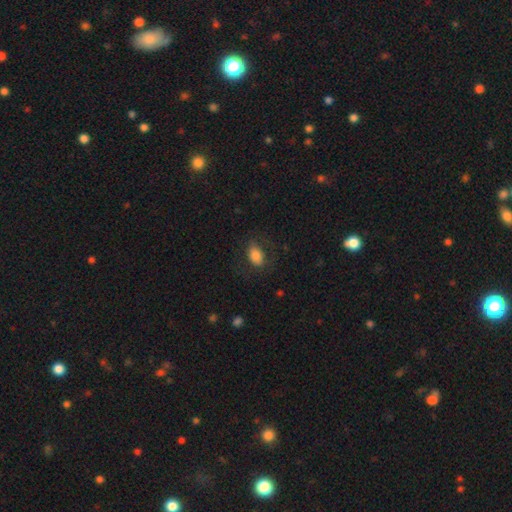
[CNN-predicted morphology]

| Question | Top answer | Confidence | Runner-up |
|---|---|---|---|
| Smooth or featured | smooth | 78% | featured or disk (14%) |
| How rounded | in between | 86% | round (12%) |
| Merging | none | 70% | minor disturbance (17%) |